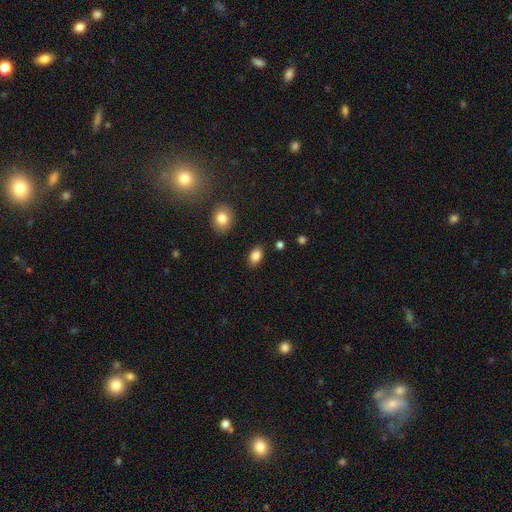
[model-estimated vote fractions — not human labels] smooth 86%, star or artifact 9%, featured or disk 6%. Down the decision tree: how rounded — in between (85%); merging — none (87%).